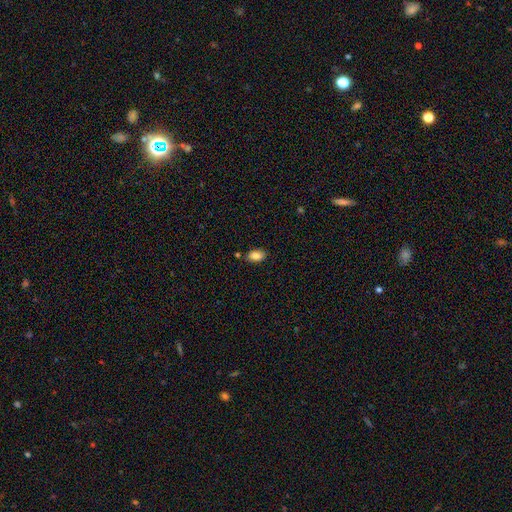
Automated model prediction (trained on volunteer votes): This is clearly a smooth galaxy (85%). How rounded: clearly in between (91%). Merging: clearly none (81%).